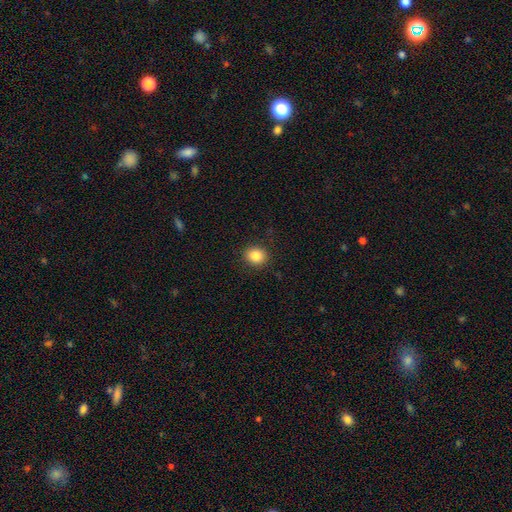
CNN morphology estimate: Smooth or featured?
  - smooth: 85% *
  - star or artifact: 10%
  - featured or disk: 5%
How rounded?
  - round: 78% *
  - in between: 21%
  - cigar-shaped: 1%
Merging?
  - none: 90% *
  - minor disturbance: 7%
  - major disturbance: 2%
  - merger: 1%